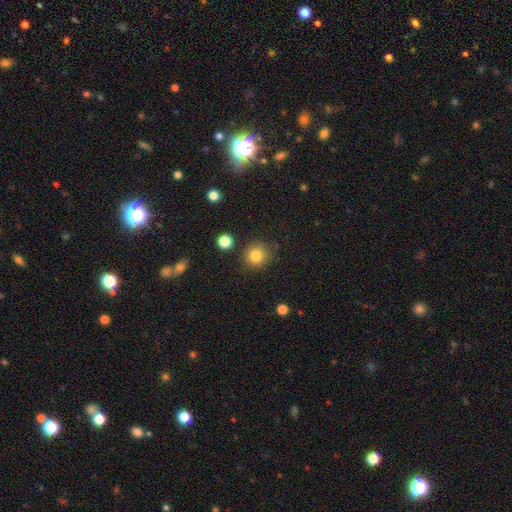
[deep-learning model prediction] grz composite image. It shows a smooth galaxy with no disk features (83%) that is round (92%). Merging: none (86%).